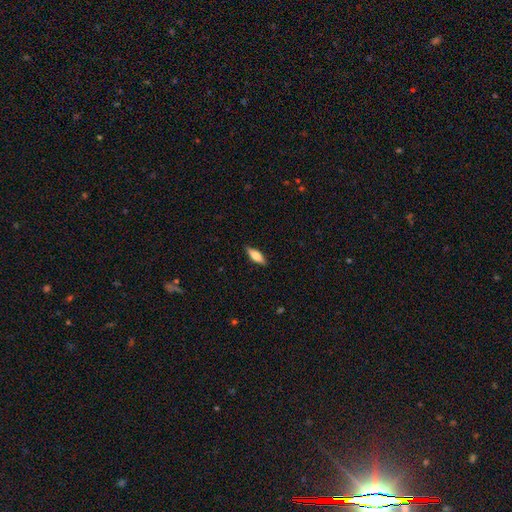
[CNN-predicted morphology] type=smooth (67%); roundness=in between (57%); merging=none (87%).